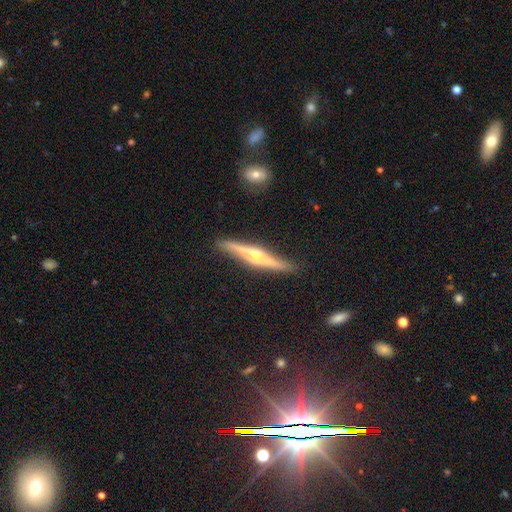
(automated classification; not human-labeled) Smooth or featured: featured or disk — 81% (smooth — 14%)
Edge-on disk: yes — 97% (no — 3%)
Edge-on bulge: rounded — 91% (boxy — 4%)
Merging: none — 87% (minor disturbance — 10%)